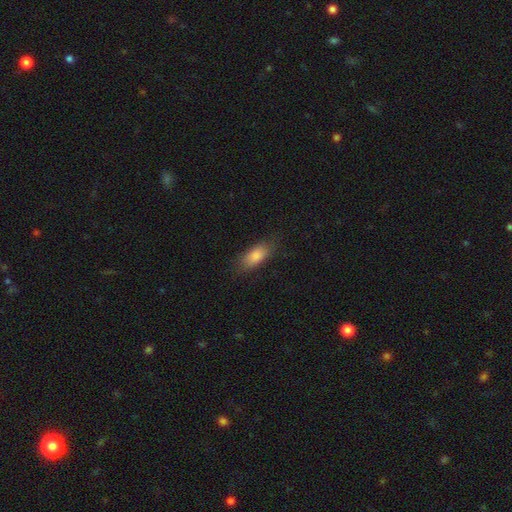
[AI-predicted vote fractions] Smooth or featured? Predicted: smooth (p=0.84). How rounded? Predicted: in between (p=0.81). Merging? Predicted: none (p=0.79).